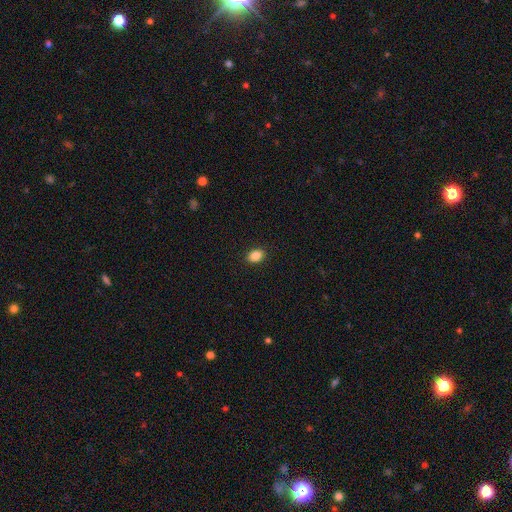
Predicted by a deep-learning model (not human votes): The model was most divided on "how rounded": in between: 76%, round: 23%, cigar-shaped: 1%. More confident: merging — none (91%); smooth or featured — smooth (87%).